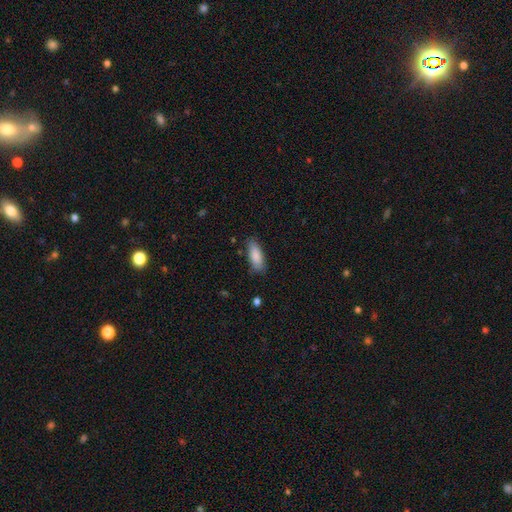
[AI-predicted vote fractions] This appears to be a smooth galaxy with no disk features (86%) that is in between round and cigar-shaped (73%). Merging: none (77%).